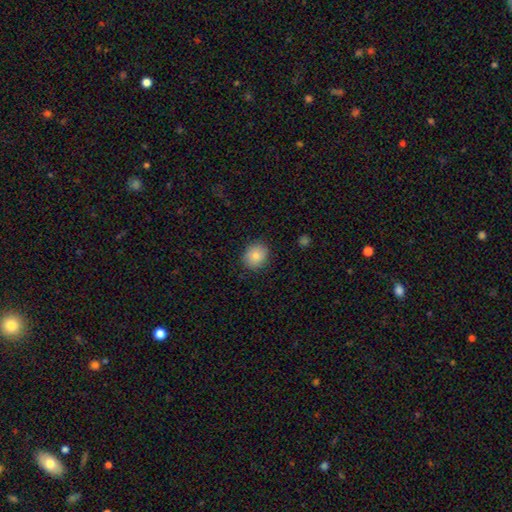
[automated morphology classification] Smooth or featured?
  - smooth: 81% *
  - featured or disk: 10%
  - star or artifact: 9%
How rounded?
  - round: 72% *
  - in between: 27%
  - cigar-shaped: 1%
Merging?
  - none: 87% *
  - minor disturbance: 10%
  - major disturbance: 2%
  - merger: 1%